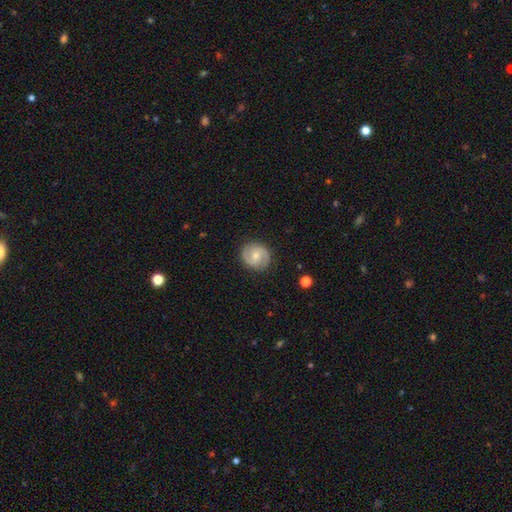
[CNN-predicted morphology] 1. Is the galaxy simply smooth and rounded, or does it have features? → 70% featured or disk, 24% smooth, 6% star or artifact.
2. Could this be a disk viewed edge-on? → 98% no, 2% yes.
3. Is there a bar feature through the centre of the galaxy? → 46% no, 44% weak, 10% strong.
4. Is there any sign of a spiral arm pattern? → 91% yes, 9% no.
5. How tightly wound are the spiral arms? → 47% medium, 39% tight, 14% loose.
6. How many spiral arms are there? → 90% 2, 5% can't tell, 2% 1, 1% 3, 1% 4, 1% more than 4.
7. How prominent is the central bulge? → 51% moderate, 44% small, 3% none, 2% large, 1% dominant.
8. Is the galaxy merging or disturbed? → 87% none, 10% minor disturbance, 3% major disturbance, 1% merger.